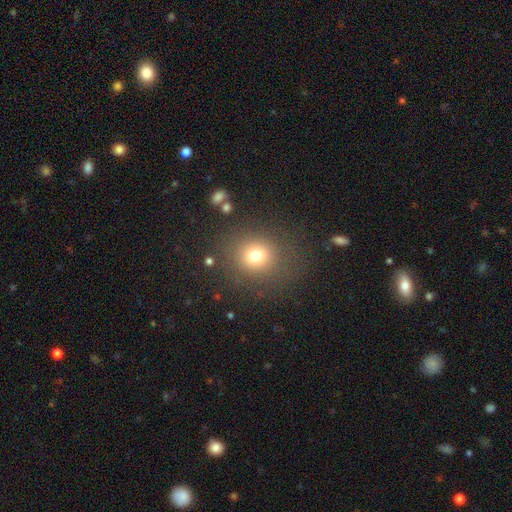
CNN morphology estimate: The model was most divided on "smooth or featured": smooth: 74%, star or artifact: 16%, featured or disk: 10%. More confident: how rounded — round (81%); merging — none (81%).